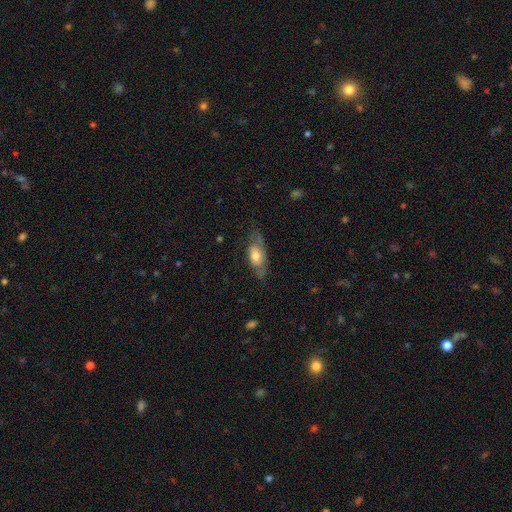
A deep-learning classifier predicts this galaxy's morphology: Overall: smooth (50%; featured or disk 43%). How rounded: in between (83%). Merging: none (55%; minor disturbance 27%).